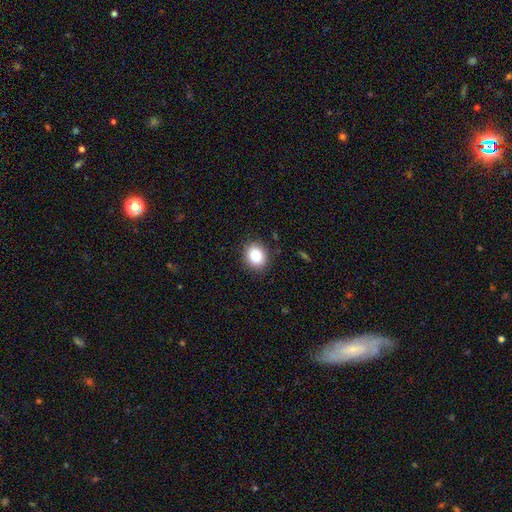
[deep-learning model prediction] Q: Smooth or featured?
A: smooth (83%); runner-up: star or artifact (10%)
Q: How rounded?
A: round (61%); runner-up: in between (38%)
Q: Merging?
A: none (88%); runner-up: minor disturbance (9%)